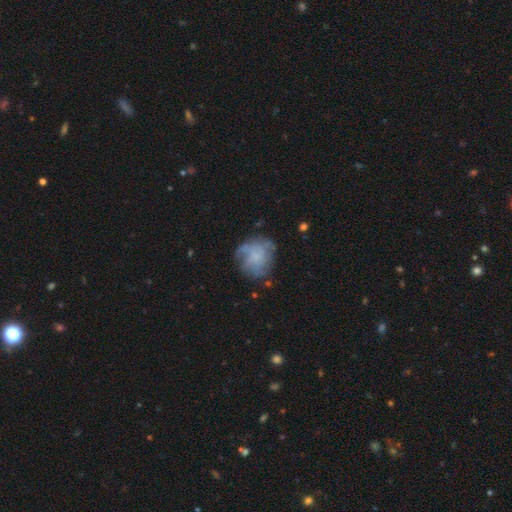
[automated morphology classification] Smooth or featured?
  - featured or disk: 55% *
  - smooth: 35%
  - star or artifact: 10%
Edge-on disk?
  - no: 98% *
  - yes: 2%
Bar?
  - no: 77% *
  - weak: 20%
  - strong: 3%
Spiral arms?
  - yes: 69% *
  - no: 31%
Bulge size?
  - small: 42% *
  - none: 37%
  - moderate: 16%
  - large: 3%
  - dominant: 1%
Merging?
  - none: 62% *
  - minor disturbance: 22%
  - major disturbance: 14%
  - merger: 2%